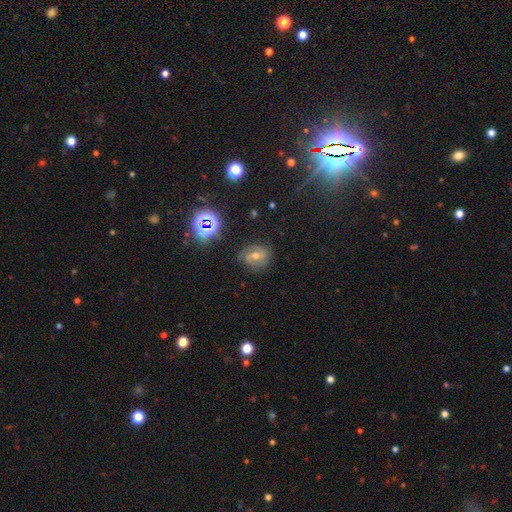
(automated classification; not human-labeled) smooth_or_featured: featured or disk (p=0.55) [alt: star or artifact p=0.26]
disk_edge_on: no (p=0.95) [alt: yes p=0.05]
bar: weak (p=0.45) [alt: no p=0.29]
has_spiral_arms: yes (p=0.83) [alt: no p=0.17]
bulge_size: moderate (p=0.58) [alt: small p=0.36]
merging: none (p=0.78) [alt: minor disturbance p=0.15]